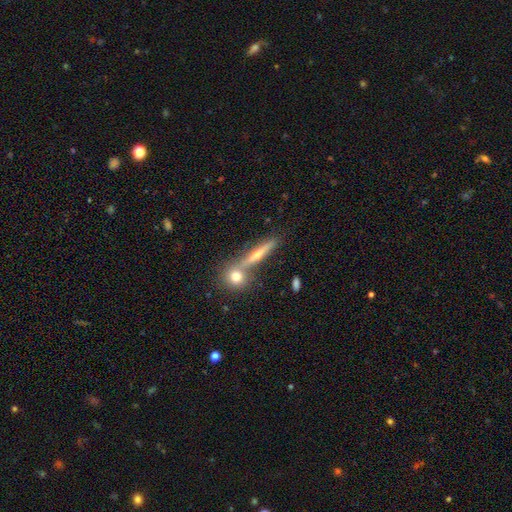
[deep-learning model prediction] smooth-or-featured: featured or disk: 52% | smooth: 37% | star or artifact: 10%
  disk-edge-on: yes: 90% | no: 10%
  merging: none: 66% | merger: 22% | minor disturbance: 9% | major disturbance: 3%